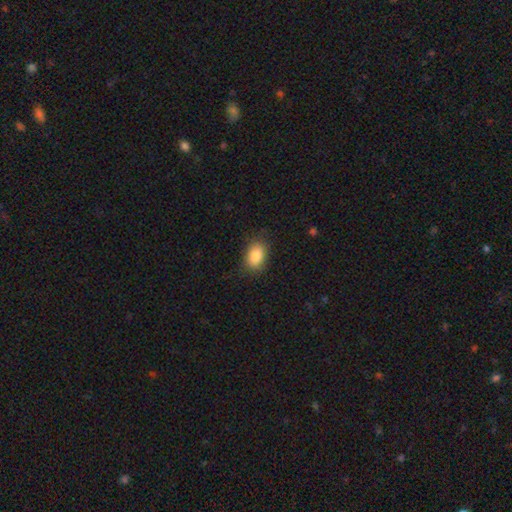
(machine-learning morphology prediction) Q: Smooth or featured?
A: smooth (86%); runner-up: star or artifact (8%)
Q: How rounded?
A: in between (84%); runner-up: round (15%)
Q: Merging?
A: none (83%); runner-up: minor disturbance (12%)